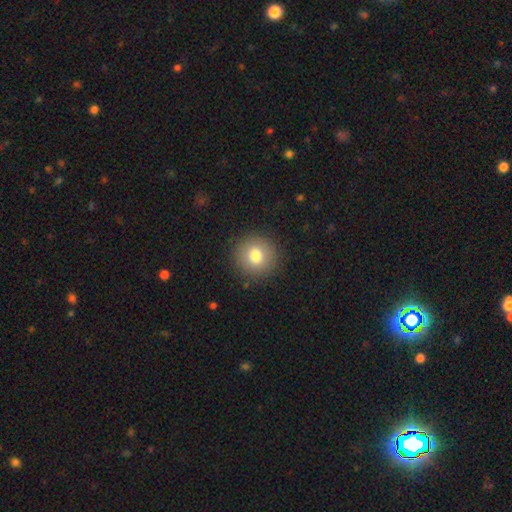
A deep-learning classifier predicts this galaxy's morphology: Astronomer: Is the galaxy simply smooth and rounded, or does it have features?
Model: smooth — 78%.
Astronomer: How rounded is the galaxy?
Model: round — 94%.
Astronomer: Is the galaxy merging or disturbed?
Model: none — 90%.